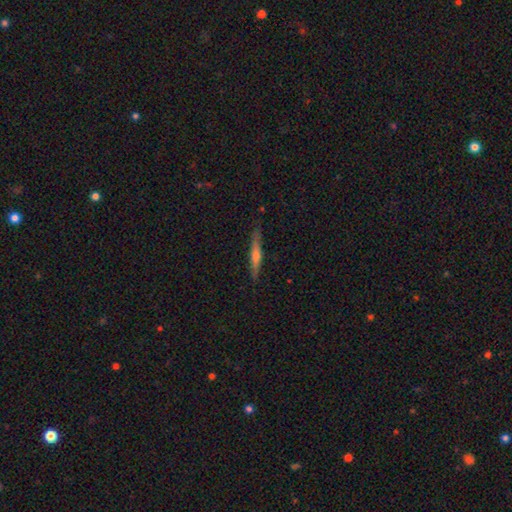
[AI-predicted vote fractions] smooth-or-featured: featured or disk: 56% | smooth: 37% | star or artifact: 6%
  disk-edge-on: yes: 96% | no: 4%
    edge-on-bulge: rounded: 76% | none: 16% | boxy: 8%
  merging: none: 86% | minor disturbance: 11% | major disturbance: 2% | merger: 1%